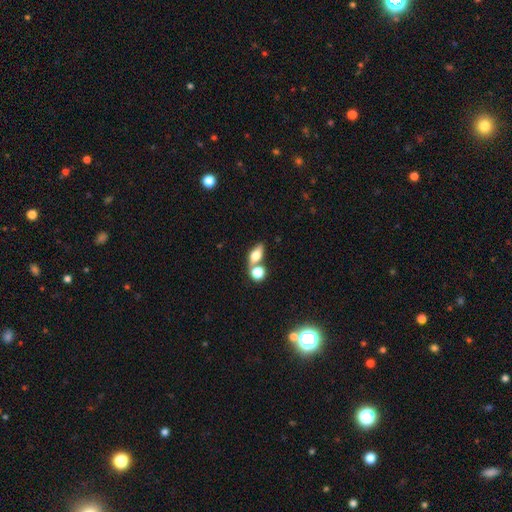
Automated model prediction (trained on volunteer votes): Smooth or featured? smooth (67%)
How rounded? in between (67%)
Merging? none (44%)